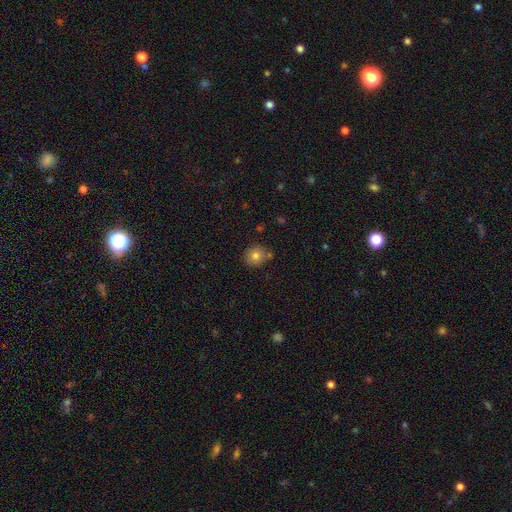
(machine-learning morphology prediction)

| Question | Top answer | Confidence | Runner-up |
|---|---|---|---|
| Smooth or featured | smooth | 79% | star or artifact (11%) |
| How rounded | round | 87% | in between (12%) |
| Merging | none | 79% | minor disturbance (12%) |